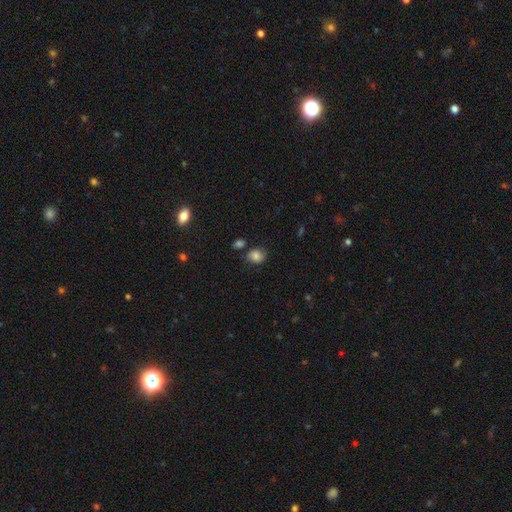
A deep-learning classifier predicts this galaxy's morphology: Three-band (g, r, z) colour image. It shows a smooth galaxy with no disk features (80%) that is round (64%). Merging: none (69%).